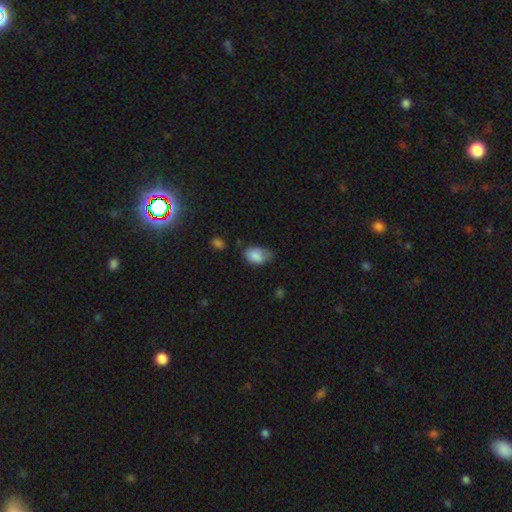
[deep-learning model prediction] A smooth galaxy with no disk features (85%) that is in between round and cigar-shaped (87%).

Vote fractions:
- Smooth or featured? smooth: 85% / star or artifact: 8% / featured or disk: 7%
- How rounded? in between: 87% / round: 12% / cigar-shaped: 1%
- Merging? none: 49% / minor disturbance: 39% / major disturbance: 9% / merger: 3%